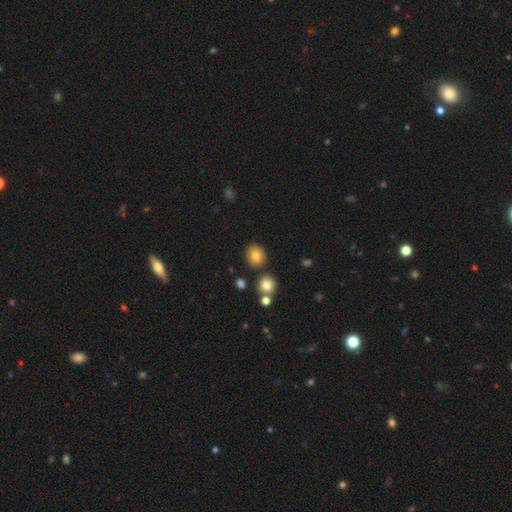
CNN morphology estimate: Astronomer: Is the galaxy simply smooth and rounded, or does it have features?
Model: smooth — 80%.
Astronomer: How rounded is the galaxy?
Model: round — 77%.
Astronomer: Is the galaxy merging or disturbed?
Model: none — 83%.